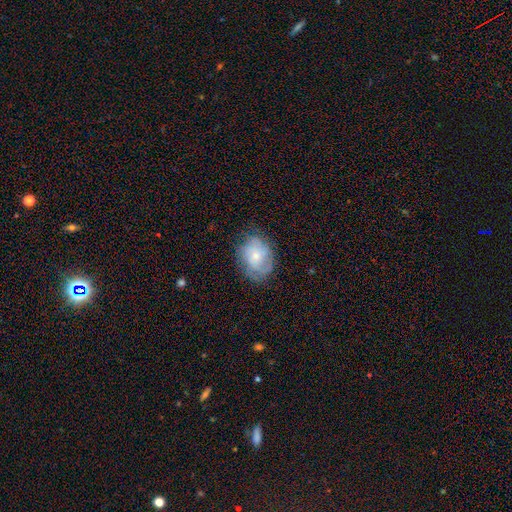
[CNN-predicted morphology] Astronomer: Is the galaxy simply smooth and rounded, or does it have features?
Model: featured or disk — 46% (runner-up: smooth, 45%).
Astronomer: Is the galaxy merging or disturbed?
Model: none — 66%.